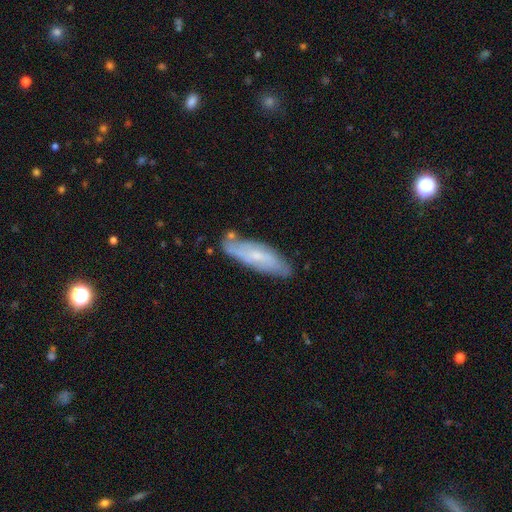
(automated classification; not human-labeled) This appears to be a featured or disk galaxy (49%). Merging: none (71%).